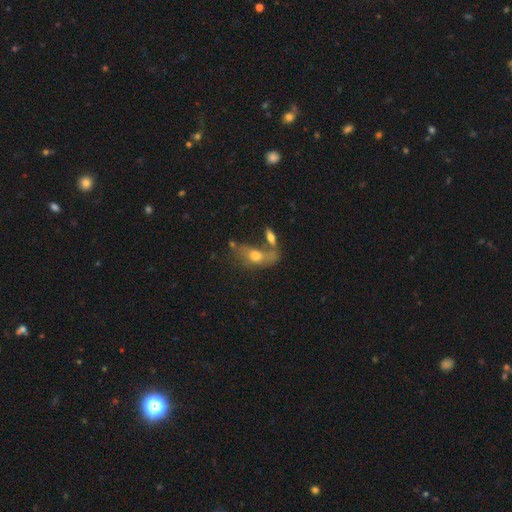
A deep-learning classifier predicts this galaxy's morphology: Overall: smooth (58%; featured or disk 31%). How rounded: in between (75%). Merging: merger (36%; none 35%).